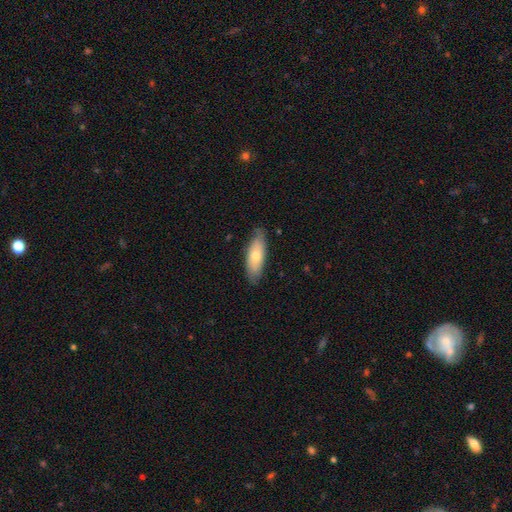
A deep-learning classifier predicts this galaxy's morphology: This is likely a smooth galaxy (65%). How rounded: likely in between (68%). Merging: likely none (80%).